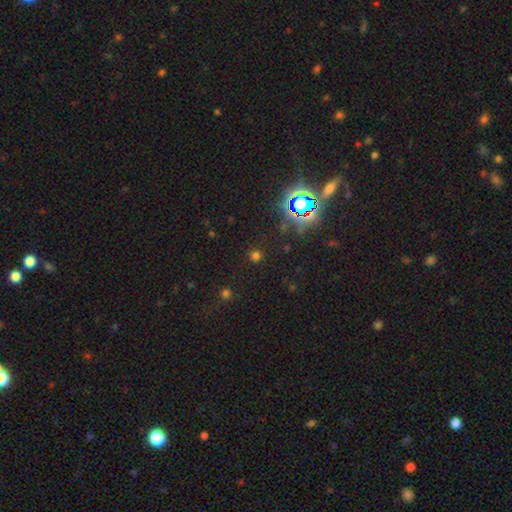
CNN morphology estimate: Smooth or featured: smooth — 55% (star or artifact — 39%)
How rounded: round — 91% (in between — 8%)
Merging: none — 85% (minor disturbance — 8%)